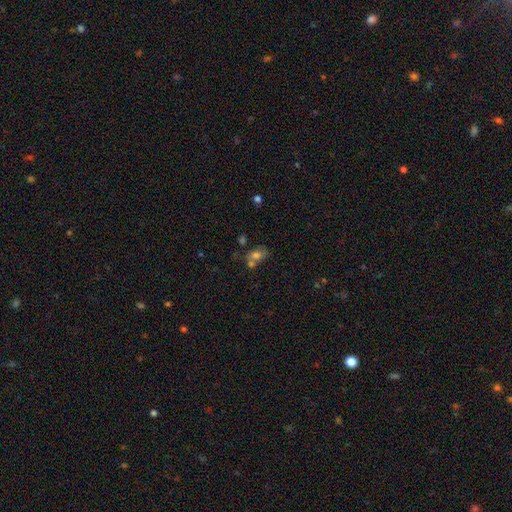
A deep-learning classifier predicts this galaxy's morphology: smooth_or_featured: smooth (p=0.63) [alt: featured or disk p=0.20]
how_rounded: in between (p=0.72) [alt: round p=0.25]
merging: none (p=0.41) [alt: merger p=0.36]